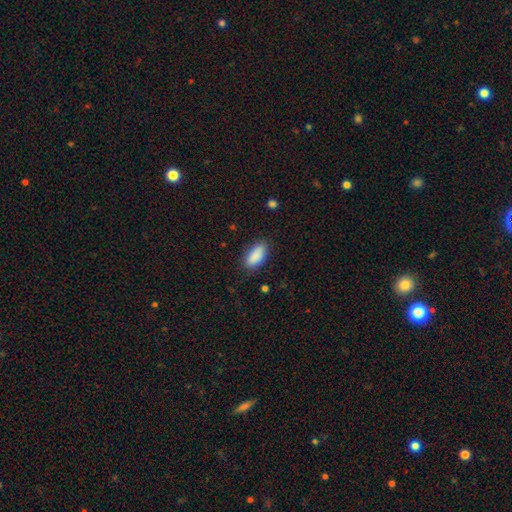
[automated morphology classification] Smooth or featured?
  - smooth: 89% *
  - star or artifact: 7%
  - featured or disk: 4%
How rounded?
  - in between: 89% *
  - cigar-shaped: 9%
  - round: 2%
Merging?
  - none: 84% *
  - minor disturbance: 12%
  - major disturbance: 3%
  - merger: 1%